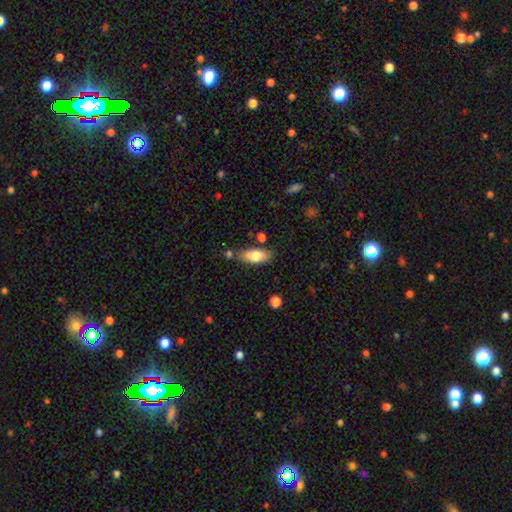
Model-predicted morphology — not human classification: Q: Smooth or featured?
A: smooth (74%); runner-up: featured or disk (20%)
Q: How rounded?
A: in between (81%); runner-up: cigar-shaped (16%)
Q: Merging?
A: none (74%); runner-up: minor disturbance (16%)